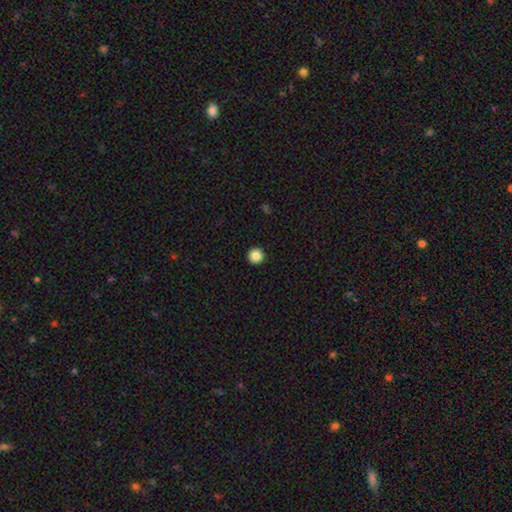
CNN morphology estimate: Q: Smooth or featured?
A: smooth (86%); runner-up: star or artifact (10%)
Q: How rounded?
A: round (97%); runner-up: in between (2%)
Q: Merging?
A: none (94%); runner-up: minor disturbance (3%)